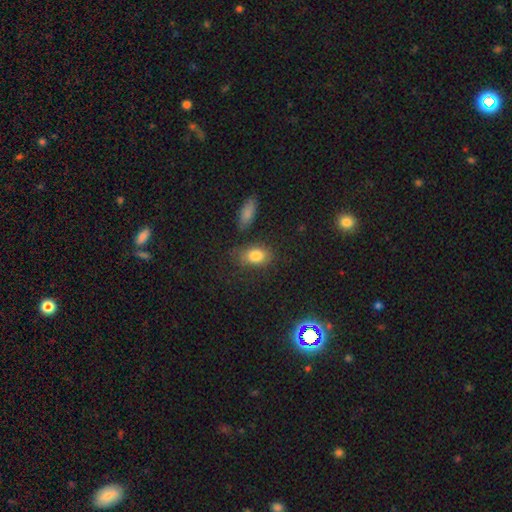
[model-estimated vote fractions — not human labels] This appears to be a smooth galaxy with no disk features (82%) that is in between round and cigar-shaped (80%). Merging: none (70%).